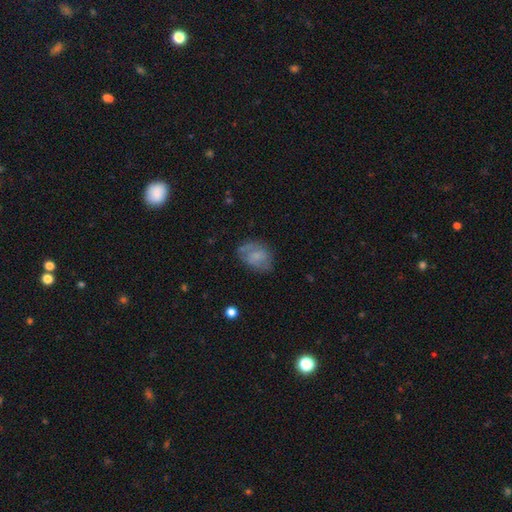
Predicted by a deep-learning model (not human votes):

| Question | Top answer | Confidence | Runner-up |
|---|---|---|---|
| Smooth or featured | smooth | 57% | featured or disk (34%) |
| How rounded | in between | 76% | round (22%) |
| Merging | none | 60% | minor disturbance (26%) |